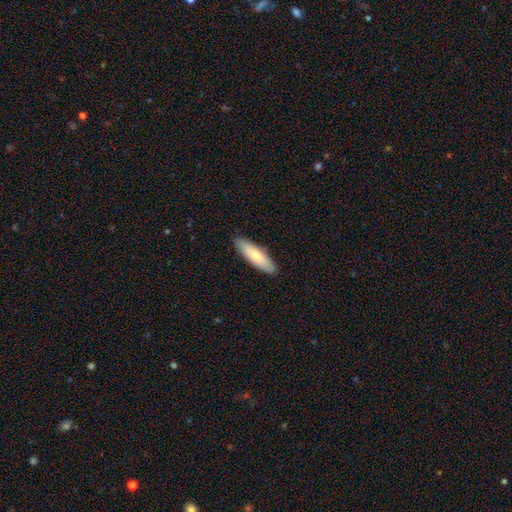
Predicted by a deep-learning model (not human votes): Q: Smooth or featured?
A: smooth (72%); runner-up: featured or disk (23%)
Q: How rounded?
A: cigar-shaped (57%); runner-up: in between (42%)
Q: Merging?
A: none (88%); runner-up: minor disturbance (9%)